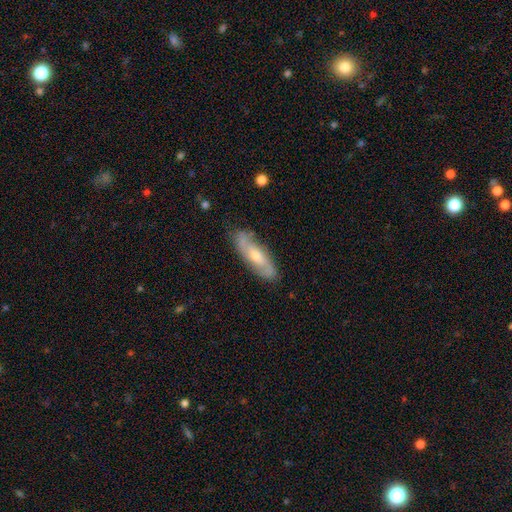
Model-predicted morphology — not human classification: This appears to be a featured or disk galaxy (67%) with no bar (53%), spiral arms (88%) and a moderate central bulge (49%). Merging: none (80%).